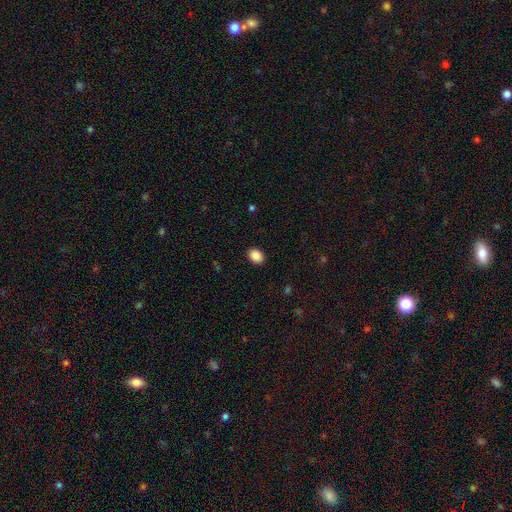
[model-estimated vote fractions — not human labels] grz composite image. It shows a smooth galaxy with no disk features (89%) that is in between round and cigar-shaped (61%). Merging: none (91%).